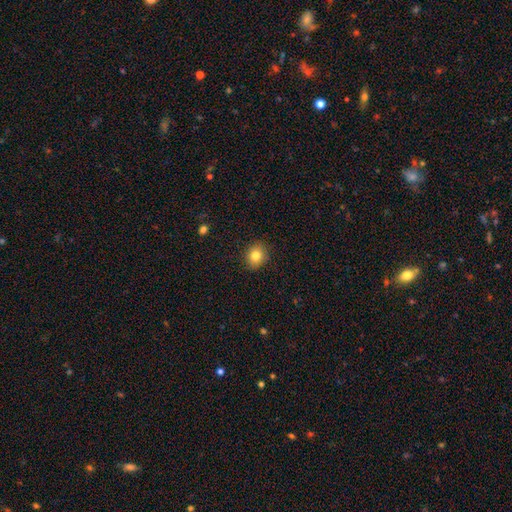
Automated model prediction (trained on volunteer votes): A smooth galaxy with no disk features (82%) that is round (66%). Merging: none (88%).